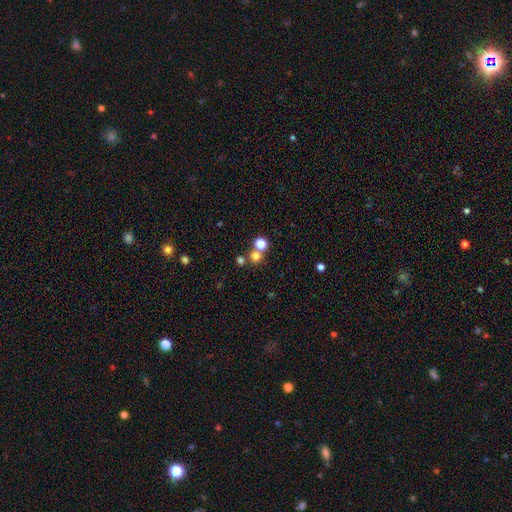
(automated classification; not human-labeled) Smooth or featured? Predicted: smooth (p=0.72). How rounded? Predicted: round (p=0.89). Merging? Predicted: none (p=0.60).